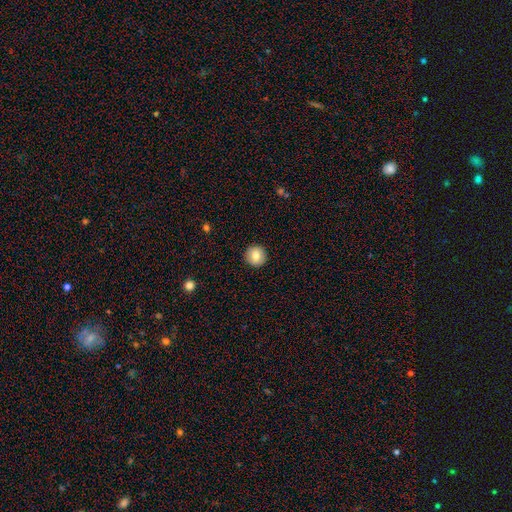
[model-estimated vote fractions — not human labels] This appears to be a smooth galaxy with no disk features (81%) that is round (95%). Merging: none (93%).